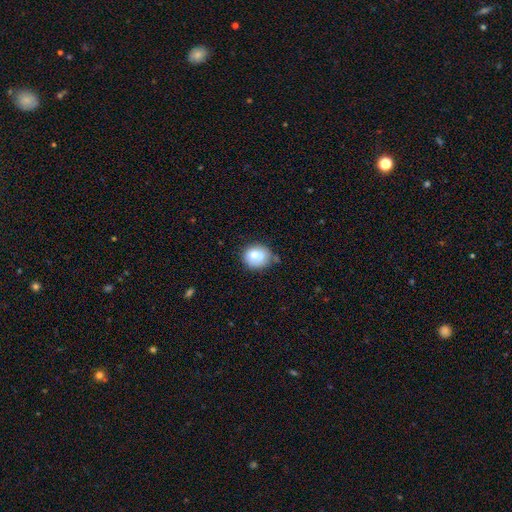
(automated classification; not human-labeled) A smooth galaxy with no disk features (77%) that is round (72%). Merging: none (58%).